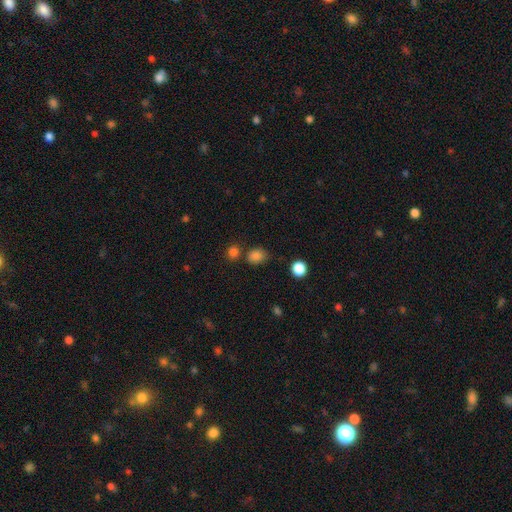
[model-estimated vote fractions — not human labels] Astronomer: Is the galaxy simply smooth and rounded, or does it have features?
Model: smooth — 81%.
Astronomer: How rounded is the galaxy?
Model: in between — 53% (runner-up: round, 46%).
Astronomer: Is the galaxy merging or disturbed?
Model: none — 67%.